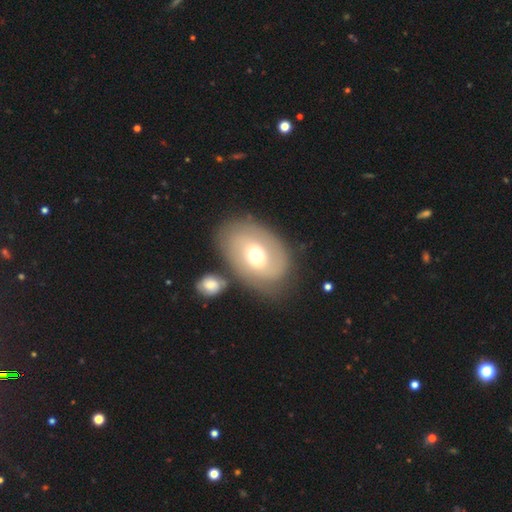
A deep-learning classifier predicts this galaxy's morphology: Smooth or featured? featured or disk (50%)
Merging? none (62%)